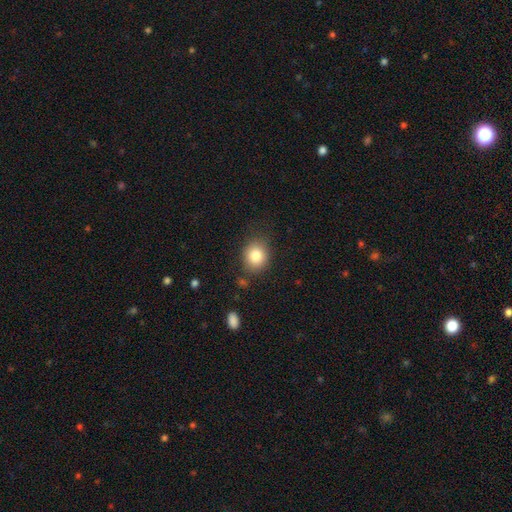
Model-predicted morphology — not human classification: Smooth or featured?
  - smooth: 83% *
  - star or artifact: 10%
  - featured or disk: 8%
How rounded?
  - round: 67% *
  - in between: 32%
  - cigar-shaped: 1%
Merging?
  - none: 81% *
  - minor disturbance: 12%
  - major disturbance: 4%
  - merger: 3%